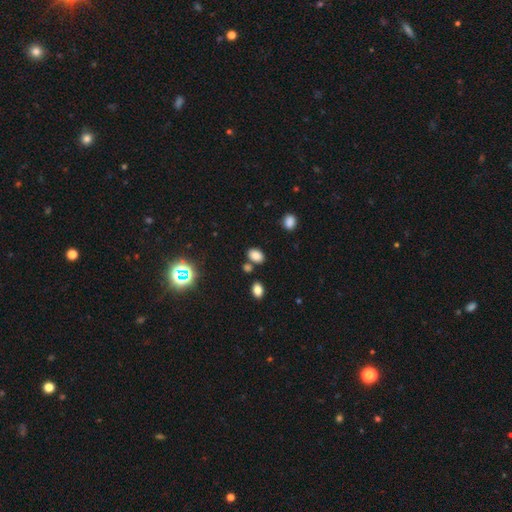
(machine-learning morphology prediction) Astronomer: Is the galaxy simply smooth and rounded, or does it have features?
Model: smooth — 80%.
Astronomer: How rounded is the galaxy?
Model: in between — 81%.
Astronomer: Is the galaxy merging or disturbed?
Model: none — 73%.